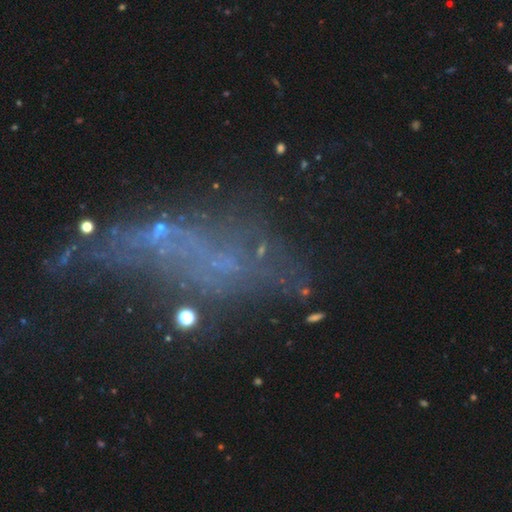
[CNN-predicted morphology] Smooth or featured? Predicted: featured or disk (p=0.44). Merging? Predicted: major disturbance (p=0.39).